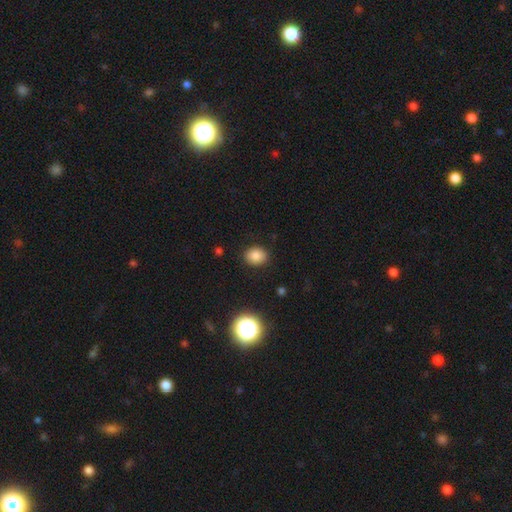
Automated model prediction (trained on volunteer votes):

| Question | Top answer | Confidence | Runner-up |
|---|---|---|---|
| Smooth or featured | smooth | 82% | star or artifact (12%) |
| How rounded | round | 59% | in between (41%) |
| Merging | none | 88% | minor disturbance (8%) |